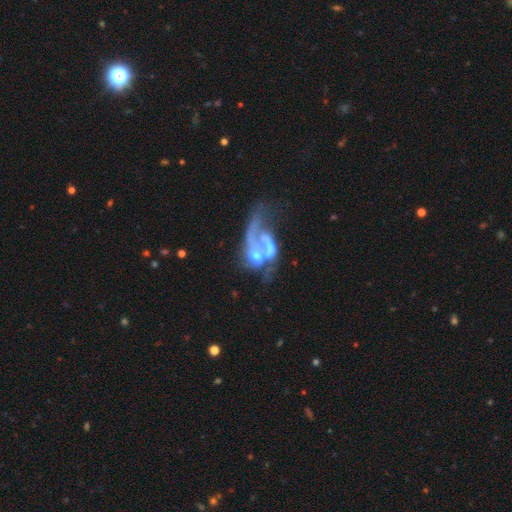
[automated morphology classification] Smooth or featured: featured or disk — 66% (smooth — 23%)
Edge-on disk: no — 96% (yes — 4%)
Bar: no — 73% (weak — 19%)
Spiral arms: yes — 57% (no — 43%)
Bulge size: moderate — 48% (large — 20%)
Merging: merger — 48% (major disturbance — 32%)